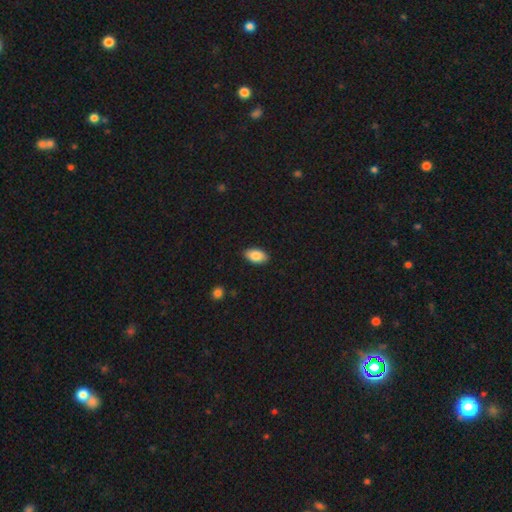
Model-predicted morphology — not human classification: Overall: smooth (85%). How rounded: in between (94%). Merging: none (88%).